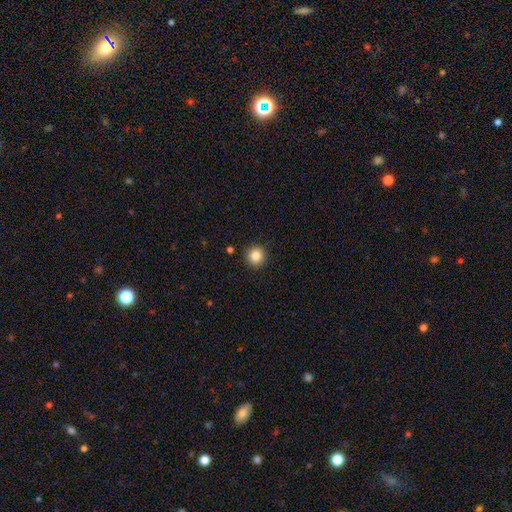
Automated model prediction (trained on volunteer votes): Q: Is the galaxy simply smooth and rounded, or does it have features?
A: smooth — 86%.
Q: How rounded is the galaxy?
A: round — 93%.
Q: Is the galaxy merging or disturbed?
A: none — 92%.